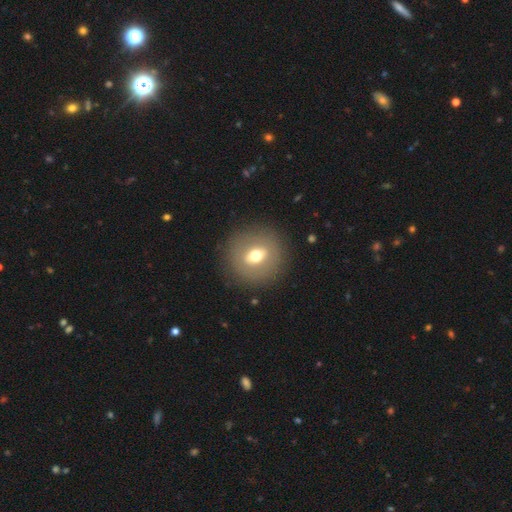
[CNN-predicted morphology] This is possibly a smooth galaxy (51%). How rounded: clearly round (84%). Merging: clearly none (86%).